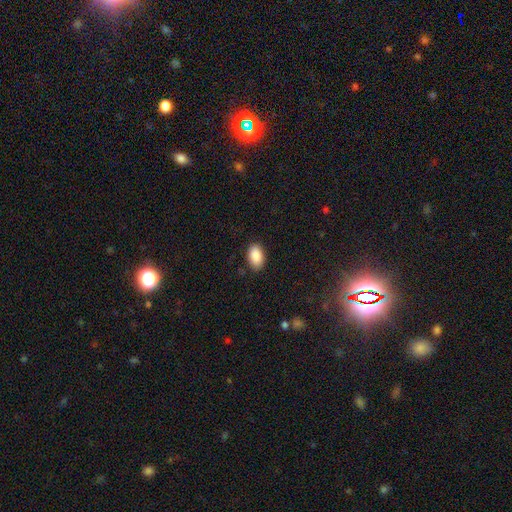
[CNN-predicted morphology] The model was most divided on "merging": none: 86%, minor disturbance: 10%, major disturbance: 2%, merger: 1%. More confident: how rounded — in between (93%); smooth or featured — smooth (90%).